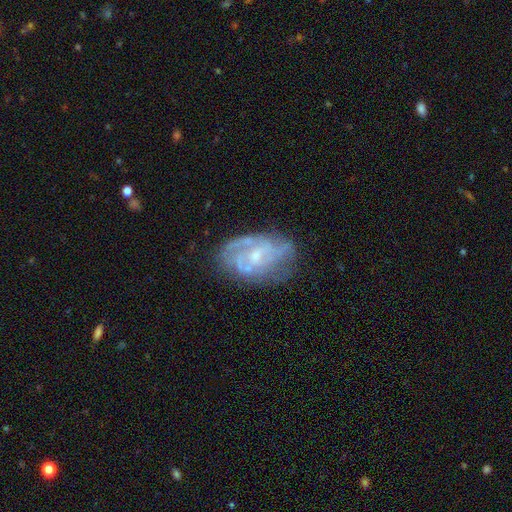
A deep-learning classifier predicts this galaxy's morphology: type=featured or disk (77%); edge-on=no (96%); bar=no (54%); spiral arms=yes (79%); winding=tight (45%); arm count=can't tell (40%); bulge=small (50%); merging=none (60%).